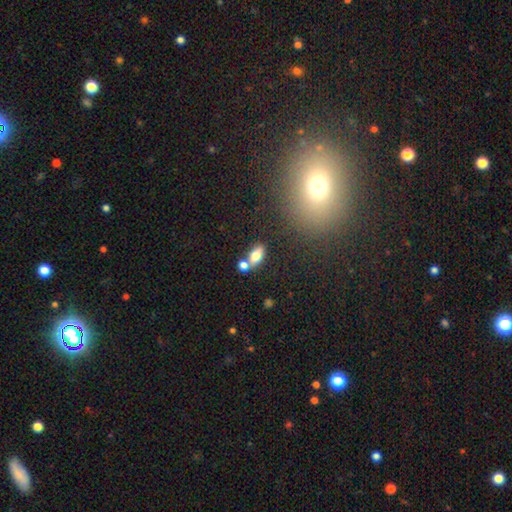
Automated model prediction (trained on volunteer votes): Smooth or featured? smooth (76%)
How rounded? in between (87%)
Merging? none (53%)